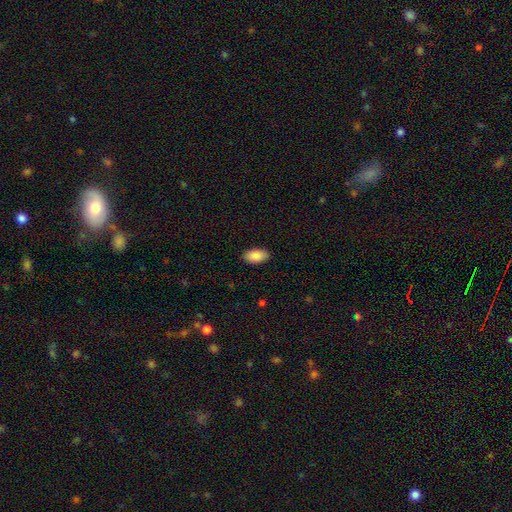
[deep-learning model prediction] Smooth or featured? smooth (89%)
How rounded? in between (94%)
Merging? none (89%)